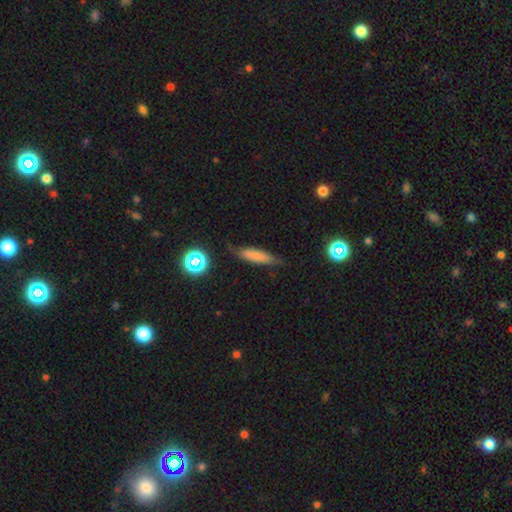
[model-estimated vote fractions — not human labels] Smooth or featured?
  - smooth: 71% *
  - featured or disk: 19%
  - star or artifact: 11%
How rounded?
  - cigar-shaped: 72% *
  - in between: 25%
  - round: 3%
Merging?
  - none: 71% *
  - minor disturbance: 22%
  - major disturbance: 5%
  - merger: 2%